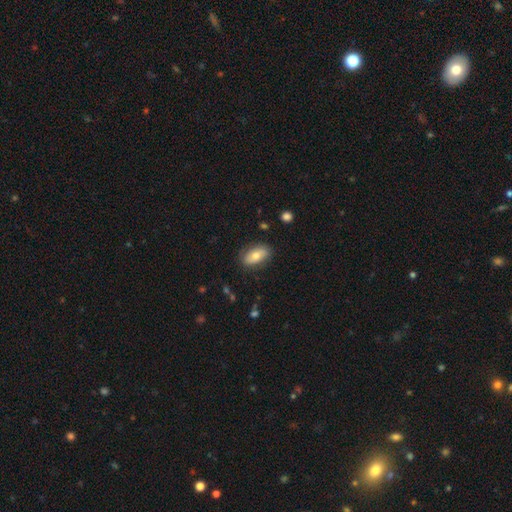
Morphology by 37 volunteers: Smooth or featured?
  - featured or disk: 51% *
  - smooth: 41%
  - star or artifact: 8%
Edge-on disk?
  - no: 89% *
  - yes: 11%
Bar?
  - no: 71% *
  - strong: 18%
  - weak: 12%
Spiral arms?
  - no: 71% *
  - yes: 29%
Bulge size?
  - moderate: 94% *
  - small: 6%
  - dominant: 0%
  - large: 0%
  - none: 0%
Merging?
  - none: 68% *
  - minor disturbance: 24%
  - major disturbance: 9%
  - merger: 0%